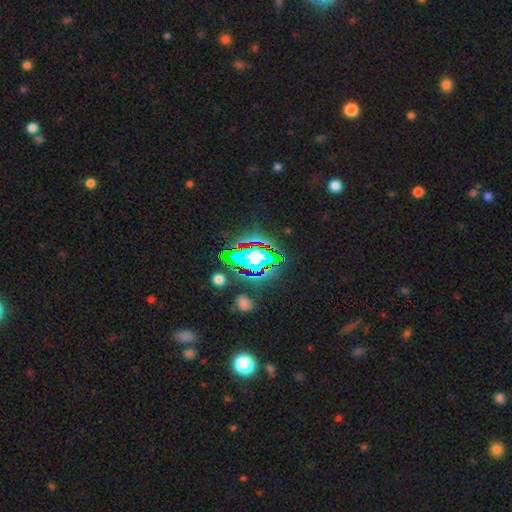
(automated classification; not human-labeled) Morphology: type=star or artifact (57%).